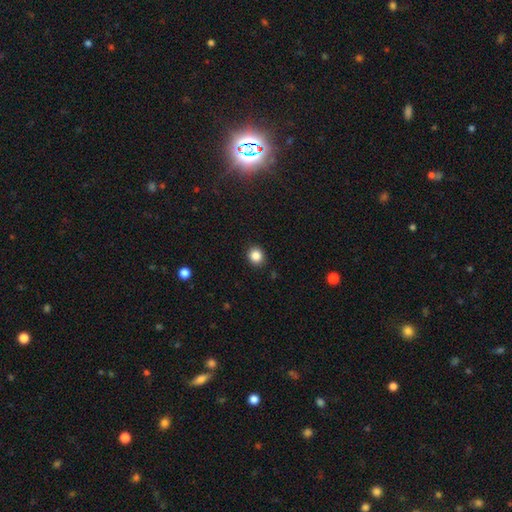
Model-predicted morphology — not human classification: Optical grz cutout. It shows a smooth galaxy with no disk features (86%) that is round (83%). Merging: none (91%).